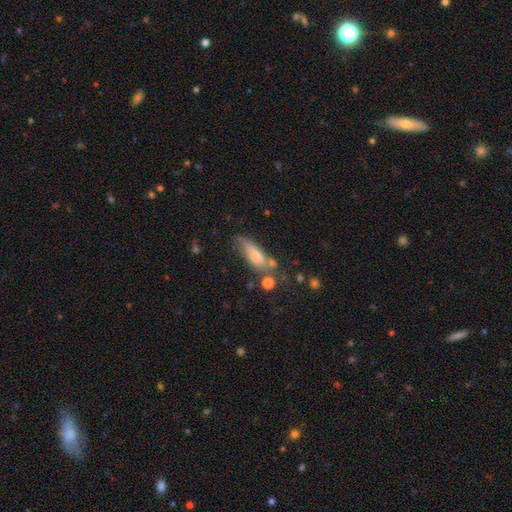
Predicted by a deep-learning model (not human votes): The model was most divided on "how rounded": cigar-shaped: 49%, in between: 48%, round: 3%. Remaining: smooth or featured — smooth (70%); merging — none (44%).